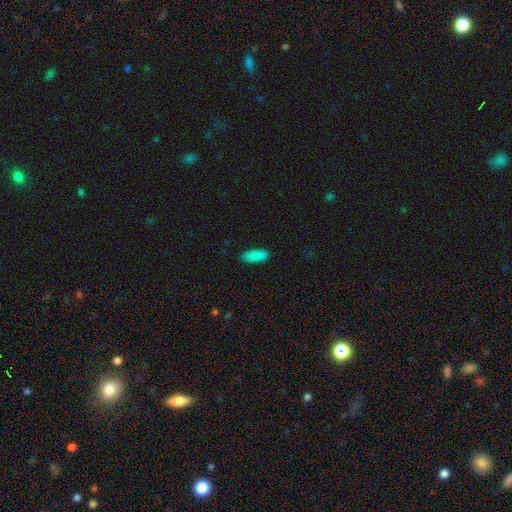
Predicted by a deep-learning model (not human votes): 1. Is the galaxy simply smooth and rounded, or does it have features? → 88% smooth, 7% star or artifact, 5% featured or disk.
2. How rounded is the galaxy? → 83% in between, 15% cigar-shaped, 2% round.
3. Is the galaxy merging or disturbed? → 87% none, 10% minor disturbance, 2% major disturbance, 1% merger.